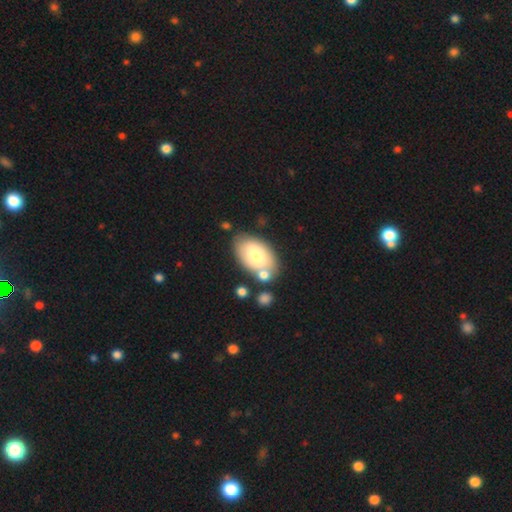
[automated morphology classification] Smooth or featured? Predicted: smooth (p=0.67). How rounded? Predicted: in between (p=0.93). Merging? Predicted: none (p=0.63).